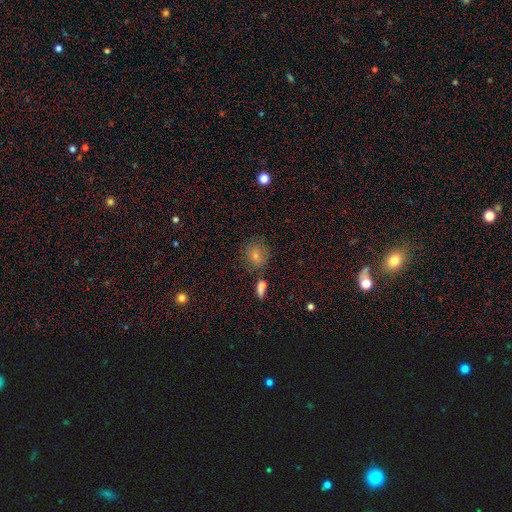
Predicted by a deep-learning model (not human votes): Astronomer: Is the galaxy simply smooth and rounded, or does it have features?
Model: smooth — 60%.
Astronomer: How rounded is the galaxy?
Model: round — 78%.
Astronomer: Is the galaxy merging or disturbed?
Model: none — 78%.